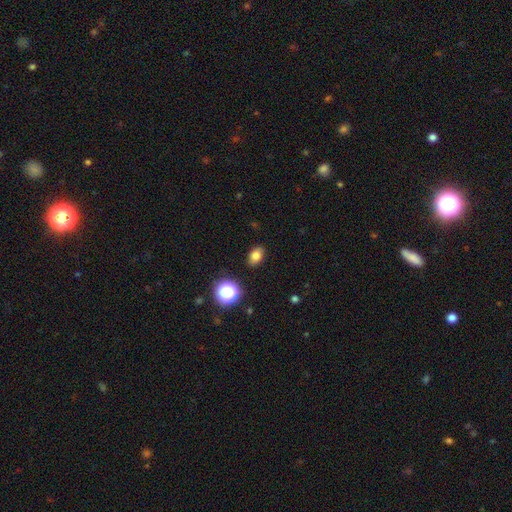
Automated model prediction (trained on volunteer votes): Smooth or featured? Predicted: smooth (p=0.79). How rounded? Predicted: in between (p=0.79). Merging? Predicted: none (p=0.88).